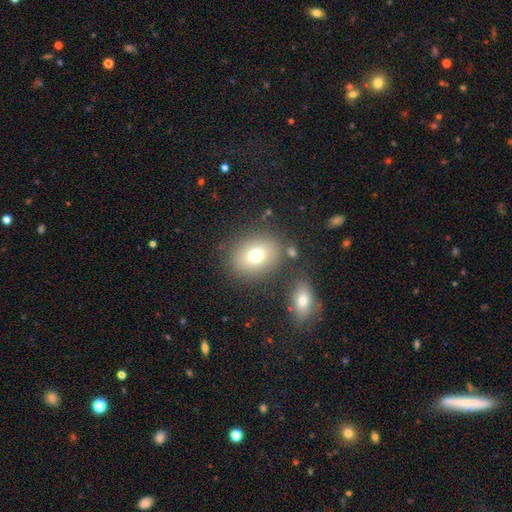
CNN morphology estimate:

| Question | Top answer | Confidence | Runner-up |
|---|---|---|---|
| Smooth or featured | smooth | 73% | featured or disk (14%) |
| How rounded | round | 54% | in between (45%) |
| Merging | none | 78% | minor disturbance (10%) |